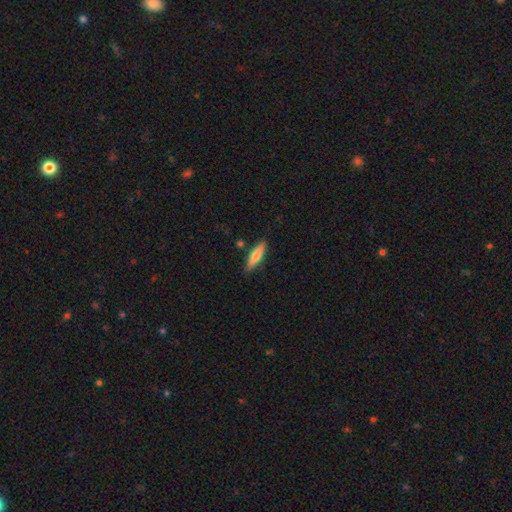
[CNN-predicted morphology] Q: Smooth or featured?
A: smooth (68%); runner-up: featured or disk (26%)
Q: How rounded?
A: cigar-shaped (70%); runner-up: in between (28%)
Q: Merging?
A: none (85%); runner-up: minor disturbance (10%)